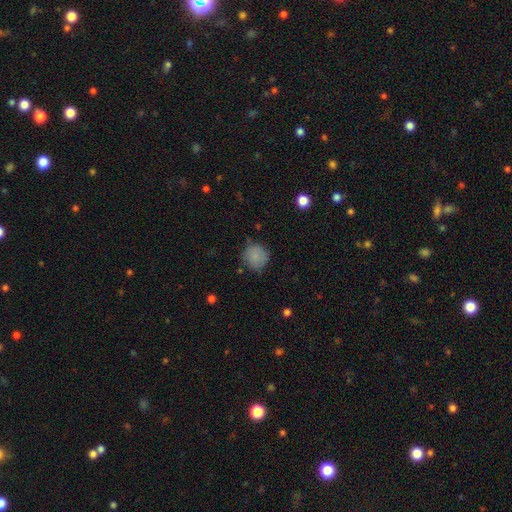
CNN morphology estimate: smooth_or_featured: smooth (p=0.85) [alt: star or artifact p=0.09]
how_rounded: round (p=0.91) [alt: in between p=0.08]
merging: none (p=0.76) [alt: minor disturbance p=0.18]